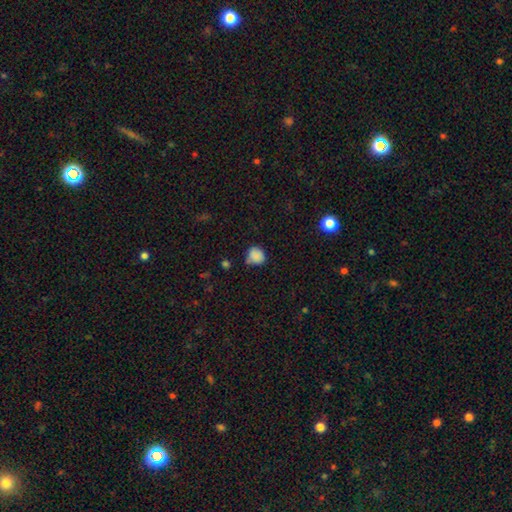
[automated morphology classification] The model was most divided on "merging": none: 56%, minor disturbance: 30%, merger: 7%, major disturbance: 6%. More confident: smooth or featured — smooth (84%); how rounded — round (74%).